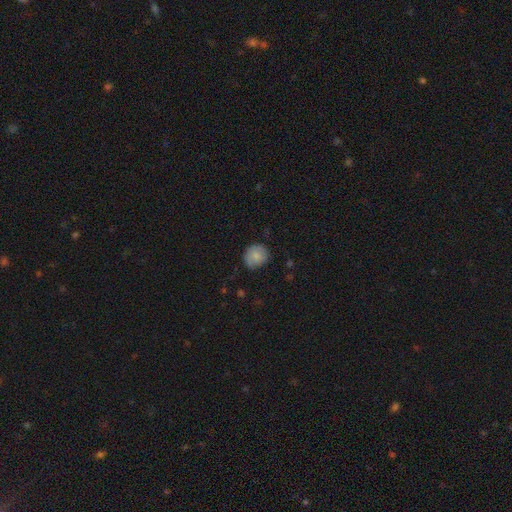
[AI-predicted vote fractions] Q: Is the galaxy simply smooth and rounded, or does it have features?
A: smooth — 81%.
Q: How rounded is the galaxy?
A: round — 85%.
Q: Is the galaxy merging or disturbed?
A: none — 72%.